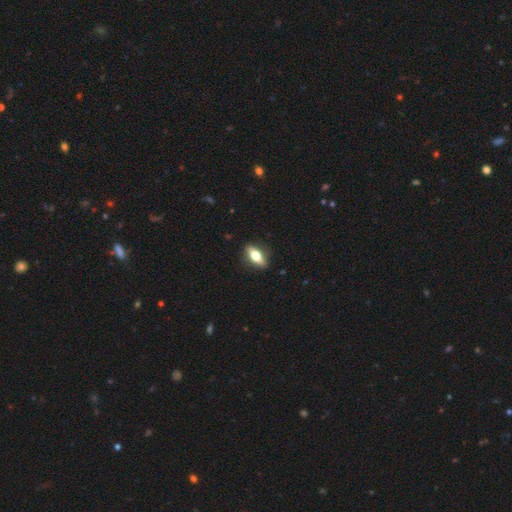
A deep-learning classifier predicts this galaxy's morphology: Q: Smooth or featured?
A: smooth (51%); runner-up: featured or disk (43%)
Q: How rounded?
A: in between (65%); runner-up: cigar-shaped (30%)
Q: Merging?
A: none (87%); runner-up: minor disturbance (10%)